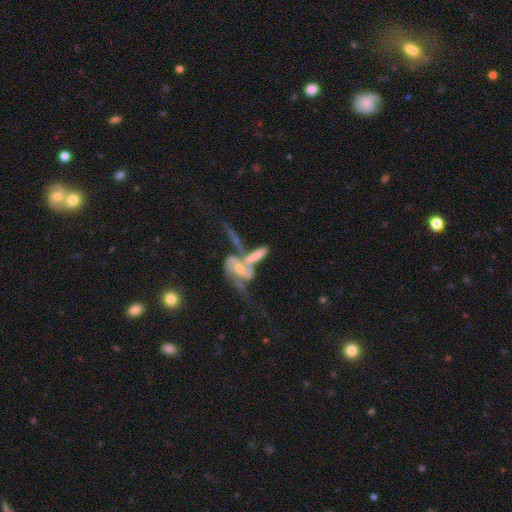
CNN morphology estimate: Q: Smooth or featured?
A: featured or disk (61%); runner-up: smooth (31%)
Q: Edge-on disk?
A: no (75%); runner-up: yes (25%)
Q: Merging?
A: merger (61%); runner-up: none (18%)